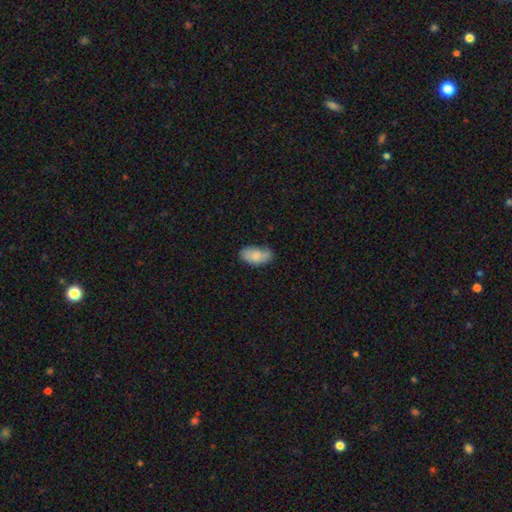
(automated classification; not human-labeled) smooth_or_featured: smooth (p=0.76) [alt: featured or disk p=0.17]
how_rounded: in between (p=0.93) [alt: round p=0.04]
merging: none (p=0.62) [alt: minor disturbance p=0.29]